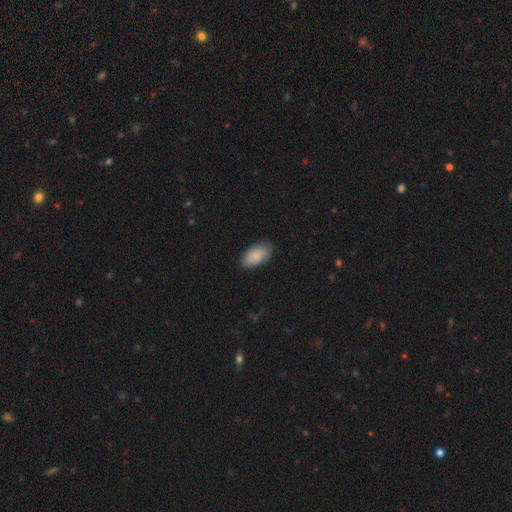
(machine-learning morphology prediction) This appears to be a smooth galaxy with no disk features (84%) that is in between round and cigar-shaped (95%). Merging: none (82%).